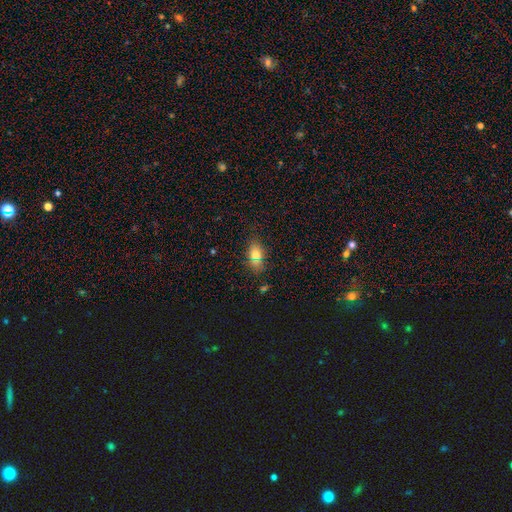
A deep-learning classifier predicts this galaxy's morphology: smooth-or-featured: smooth: 71% | star or artifact: 19% | featured or disk: 10%
  how-rounded: in between: 79% | round: 16% | cigar-shaped: 4%
  merging: none: 82% | minor disturbance: 12% | major disturbance: 4% | merger: 2%